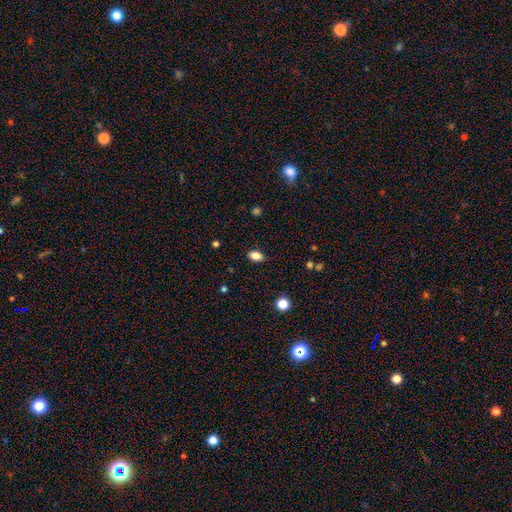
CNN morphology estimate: smooth_or_featured: smooth (p=0.85) [alt: star or artifact p=0.10]
how_rounded: in between (p=0.87) [alt: round p=0.11]
merging: none (p=0.87) [alt: minor disturbance p=0.10]